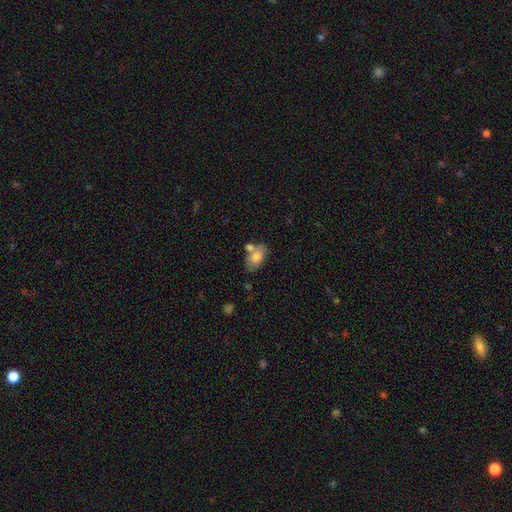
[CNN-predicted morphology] smooth-or-featured: smooth: 75% | featured or disk: 18% | star or artifact: 7%
  how-rounded: in between: 91% | round: 6% | cigar-shaped: 3%
  merging: none: 52% | merger: 25% | minor disturbance: 17% | major disturbance: 5%